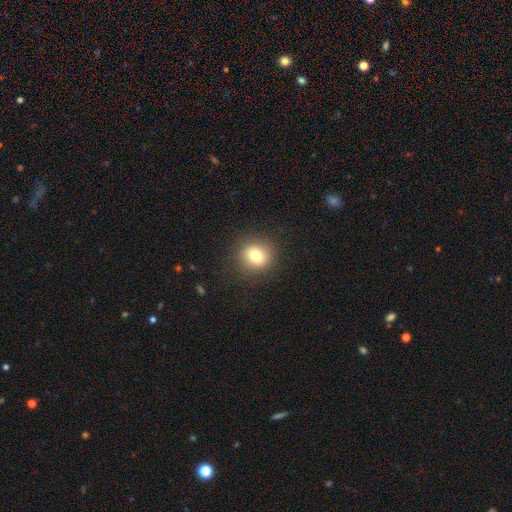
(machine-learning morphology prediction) Smooth or featured? smooth (77%)
How rounded? round (74%)
Merging? none (87%)